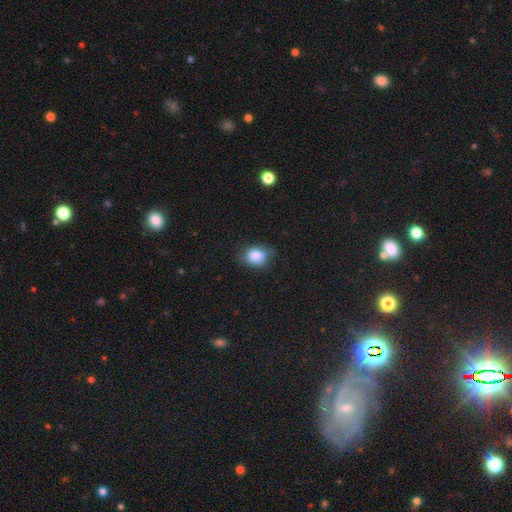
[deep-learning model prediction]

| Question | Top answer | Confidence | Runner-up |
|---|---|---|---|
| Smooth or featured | smooth | 84% | star or artifact (9%) |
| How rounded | round | 51% | in between (48%) |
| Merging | none | 72% | minor disturbance (22%) |